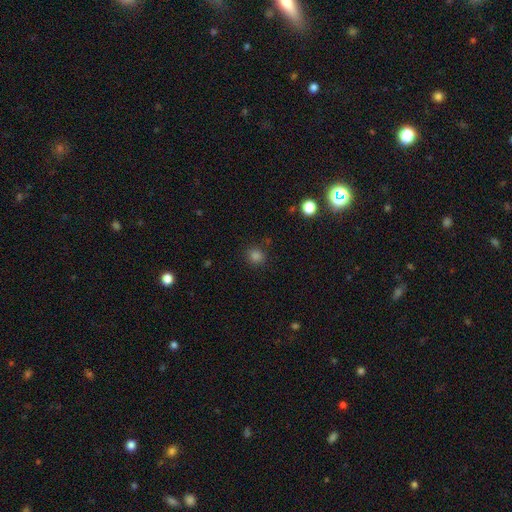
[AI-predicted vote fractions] smooth 81%, star or artifact 16%, featured or disk 4%. Down the decision tree: how rounded — round (88%); merging — none (86%).